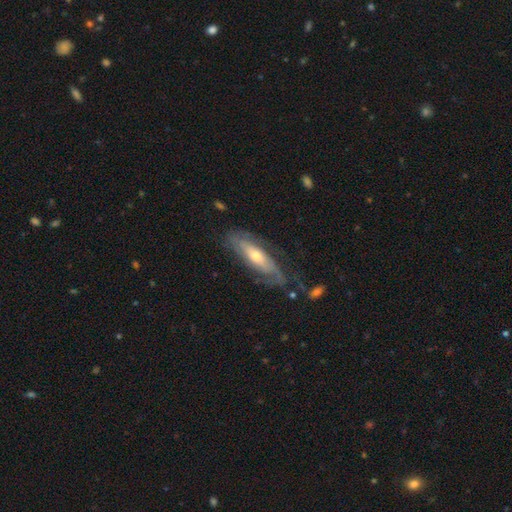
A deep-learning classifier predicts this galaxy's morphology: Smooth or featured? Predicted: featured or disk (p=0.66). Edge-on disk? Predicted: no (p=0.72). Merging? Predicted: none (p=0.59).